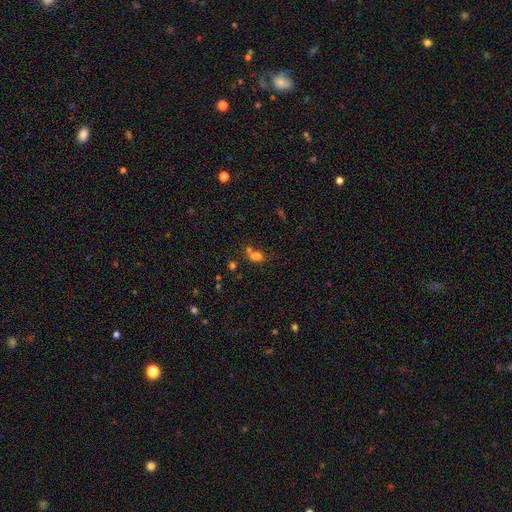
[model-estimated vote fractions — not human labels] The model was most divided on "merging": merger: 41%, none: 38%, minor disturbance: 13%, major disturbance: 8%. More confident: smooth or featured — smooth (69%); how rounded — in between (64%).